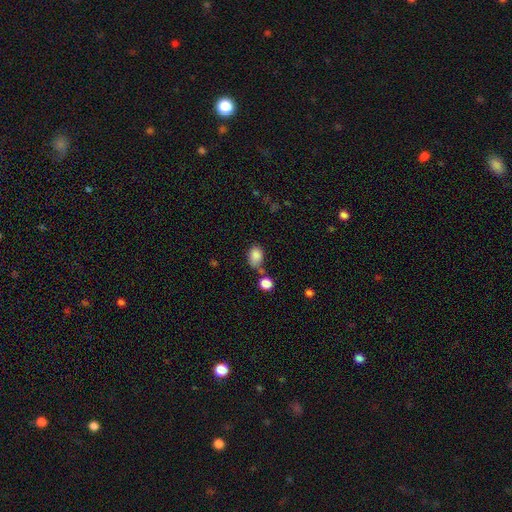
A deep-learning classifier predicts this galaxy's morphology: Smooth or featured? smooth (85%)
How rounded? in between (78%)
Merging? none (53%)